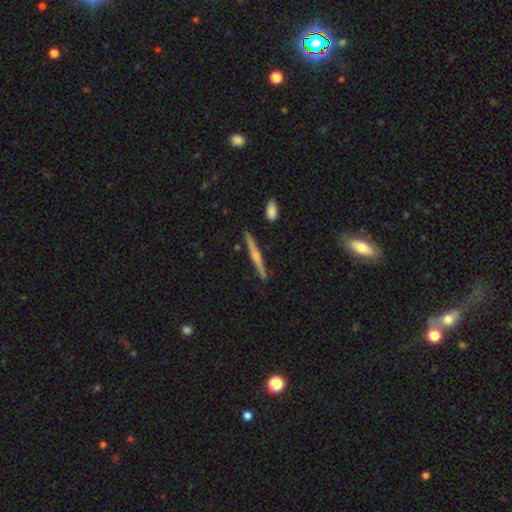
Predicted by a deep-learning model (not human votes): Smooth or featured: featured or disk — 58% (smooth — 35%)
Edge-on disk: yes — 98% (no — 2%)
Edge-on bulge: rounded — 63% (none — 24%)
Merging: none — 89% (minor disturbance — 7%)